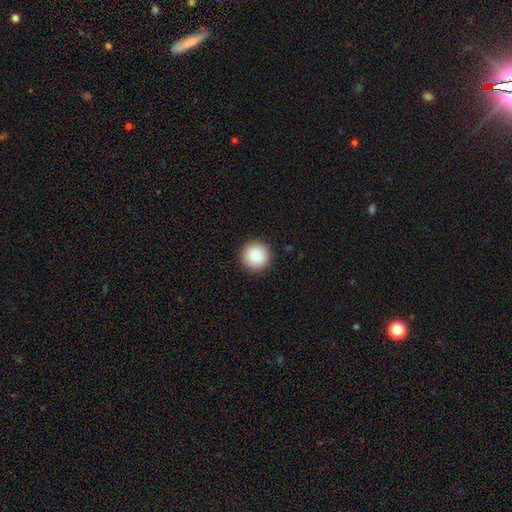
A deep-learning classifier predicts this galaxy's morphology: A smooth galaxy with no disk features (89%) that is round (96%). Merging: none (92%).